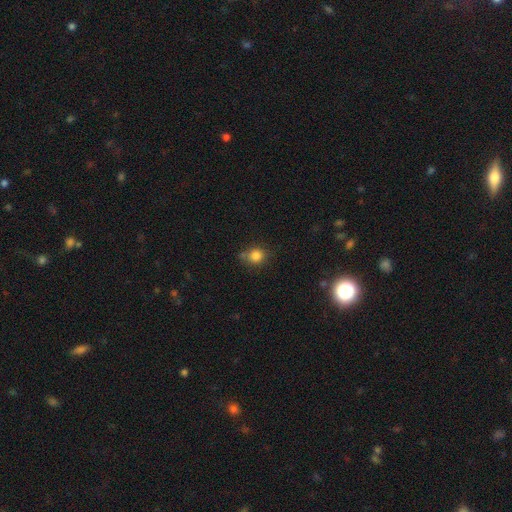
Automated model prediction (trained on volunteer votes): smooth_or_featured: smooth (p=0.83) [alt: star or artifact p=0.11]
how_rounded: round (p=0.78) [alt: in between p=0.21]
merging: none (p=0.65) [alt: minor disturbance p=0.20]